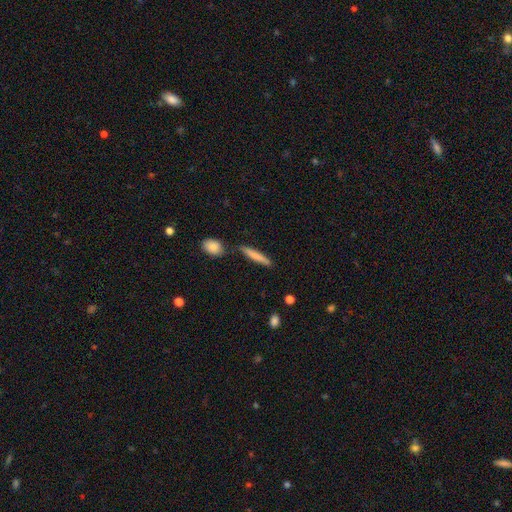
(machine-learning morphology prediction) Smooth or featured: smooth — 75% (featured or disk — 19%)
How rounded: cigar-shaped — 91% (in between — 8%)
Merging: none — 78% (minor disturbance — 12%)